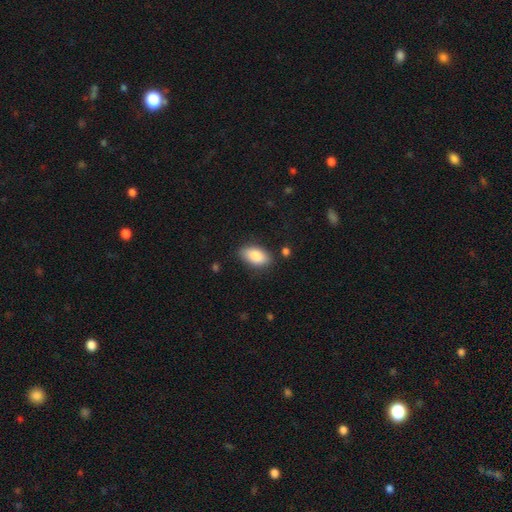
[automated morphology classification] type=smooth (86%); roundness=in between (93%); merging=none (83%).